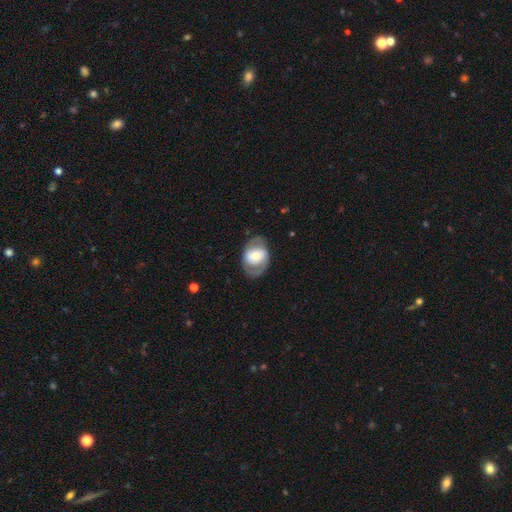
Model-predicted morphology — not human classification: This is possibly a featured or disk galaxy (55%). It is clearly not viewed edge-on (93%). Bar: possibly no (51%). Spiral arm pattern: possibly no (59%). Central bulge: possibly moderate (54%). Merging: likely none (75%).